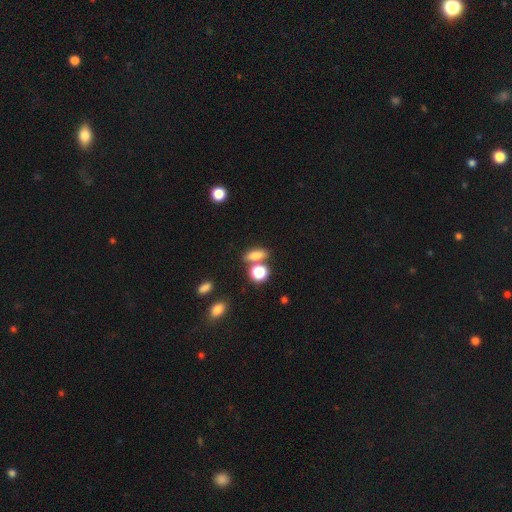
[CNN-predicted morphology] A smooth galaxy with no disk features (76%) that is in between round and cigar-shaped (65%).

Vote fractions:
- Smooth or featured? smooth: 76% / star or artifact: 15% / featured or disk: 9%
- How rounded? in between: 65% / round: 19% / cigar-shaped: 17%
- Merging? none: 64% / merger: 19% / minor disturbance: 12% / major disturbance: 5%